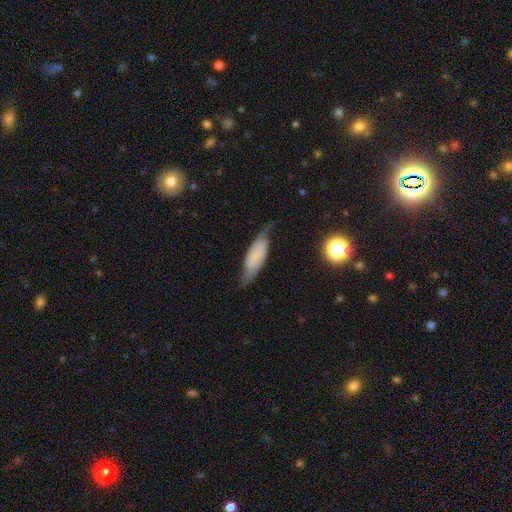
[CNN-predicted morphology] Q: Smooth or featured?
A: smooth (52%); runner-up: featured or disk (39%)
Q: How rounded?
A: in between (56%); runner-up: cigar-shaped (41%)
Q: Merging?
A: none (59%); runner-up: minor disturbance (28%)